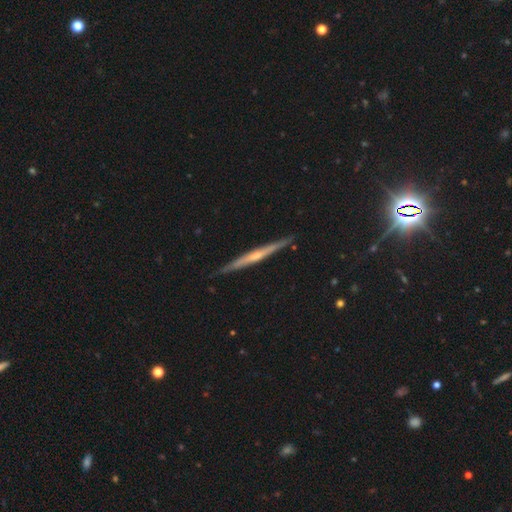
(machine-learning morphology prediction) Smooth or featured? featured or disk (72%)
Edge-on disk? yes (98%)
Edge-on bulge? rounded (53%)
Merging? none (90%)